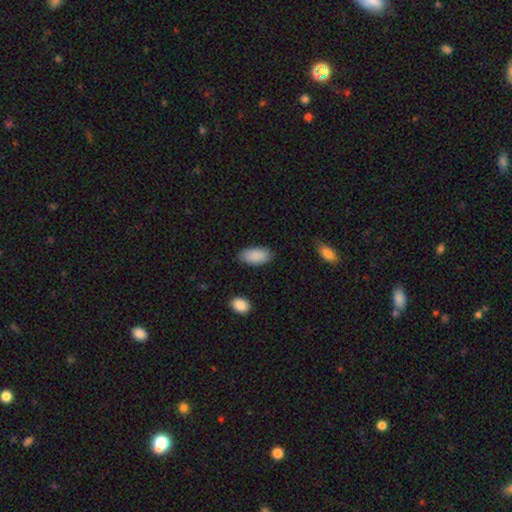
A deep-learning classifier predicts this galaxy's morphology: smooth_or_featured: smooth (p=0.90) [alt: star or artifact p=0.06]
how_rounded: in between (p=0.94) [alt: cigar-shaped p=0.04]
merging: none (p=0.84) [alt: minor disturbance p=0.12]